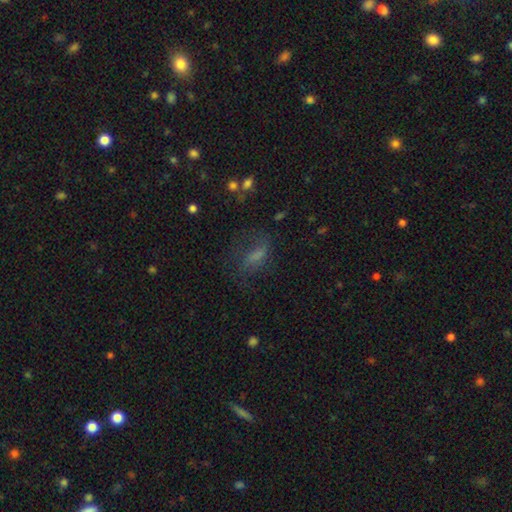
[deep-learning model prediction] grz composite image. It shows a smooth galaxy with no disk features (51%) that is in between round and cigar-shaped (65%). Merging: none (53%).